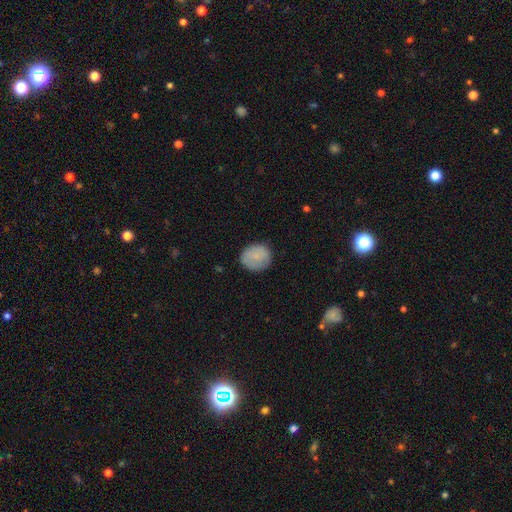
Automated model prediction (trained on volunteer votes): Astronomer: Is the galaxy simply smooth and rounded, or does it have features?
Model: smooth — 83%.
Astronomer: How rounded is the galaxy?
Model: round — 78%.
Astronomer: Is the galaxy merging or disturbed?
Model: none — 79%.